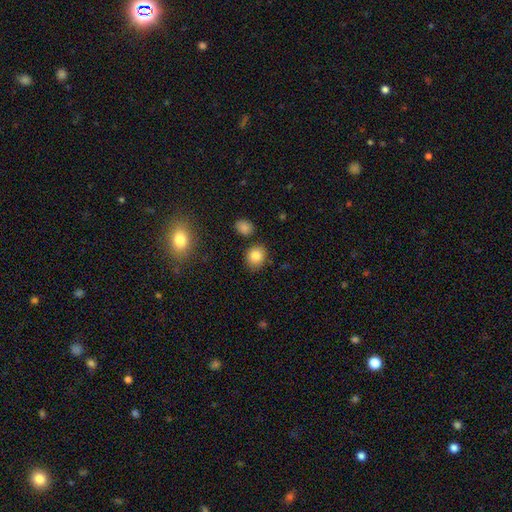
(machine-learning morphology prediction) Smooth or featured? smooth (84%)
How rounded? round (64%)
Merging? none (81%)